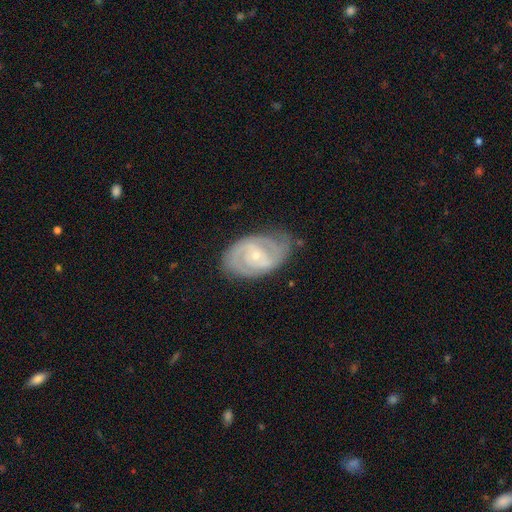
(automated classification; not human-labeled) Smooth or featured?
  - featured or disk: 85% *
  - smooth: 10%
  - star or artifact: 5%
Edge-on disk?
  - no: 97% *
  - yes: 3%
Bar?
  - no: 52% *
  - weak: 38%
  - strong: 11%
Spiral arms?
  - yes: 94% *
  - no: 6%
Spiral winding?
  - tight: 58% *
  - medium: 35%
  - loose: 7%
Spiral arm count?
  - 2: 69% *
  - can't tell: 14%
  - 3: 9%
  - 1: 3%
  - 4: 2%
  - more than 4: 2%
Bulge size?
  - small: 74% *
  - moderate: 22%
  - none: 2%
  - large: 1%
  - dominant: 1%
Merging?
  - none: 72% *
  - minor disturbance: 20%
  - major disturbance: 7%
  - merger: 2%